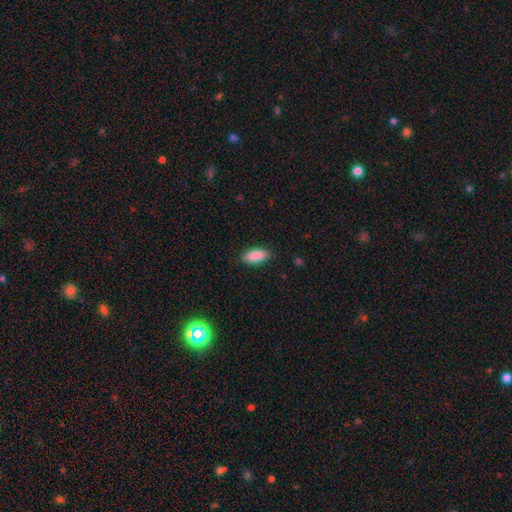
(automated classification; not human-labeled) Smooth or featured? Predicted: smooth (p=0.89). How rounded? Predicted: in between (p=0.86). Merging? Predicted: none (p=0.87).